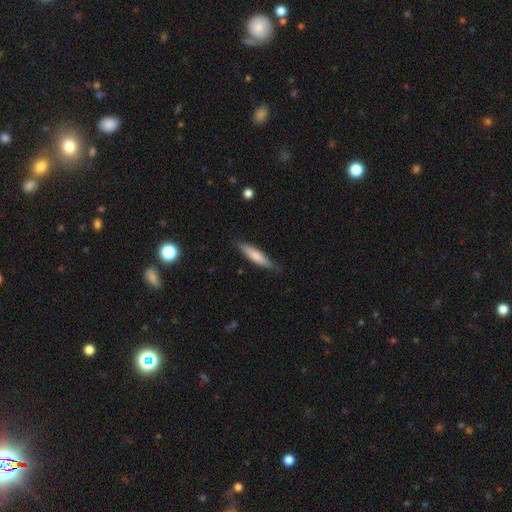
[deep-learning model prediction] Smooth or featured?
  - smooth: 77% *
  - featured or disk: 18%
  - star or artifact: 5%
How rounded?
  - cigar-shaped: 80% *
  - in between: 18%
  - round: 1%
Merging?
  - none: 78% *
  - minor disturbance: 18%
  - major disturbance: 3%
  - merger: 1%